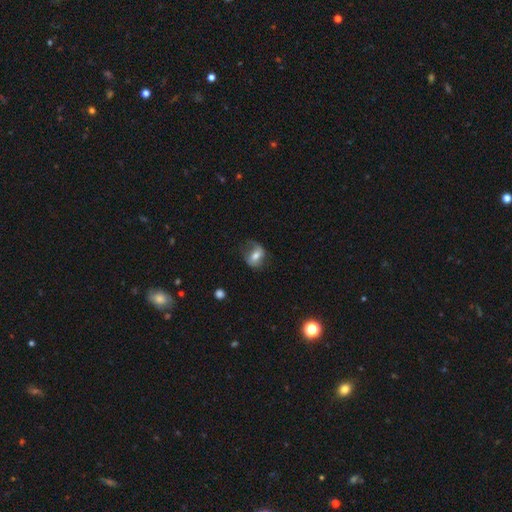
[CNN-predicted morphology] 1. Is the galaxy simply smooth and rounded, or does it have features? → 50% smooth, 42% featured or disk, 8% star or artifact.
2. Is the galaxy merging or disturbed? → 52% none, 27% minor disturbance, 20% major disturbance, 2% merger.